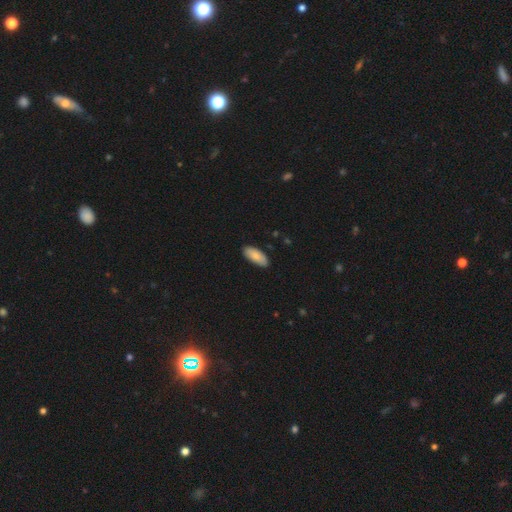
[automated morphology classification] Smooth or featured: smooth — 80% (featured or disk — 14%)
How rounded: in between — 88% (cigar-shaped — 11%)
Merging: none — 86% (minor disturbance — 11%)